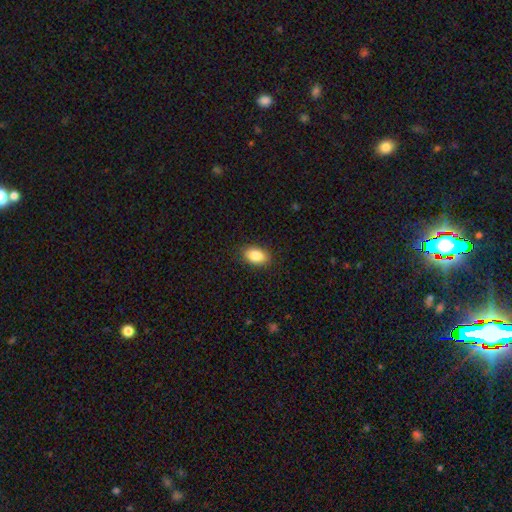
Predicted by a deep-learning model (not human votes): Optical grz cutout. It shows a smooth galaxy with no disk features (86%) that is in between round and cigar-shaped (89%). Merging: none (88%).